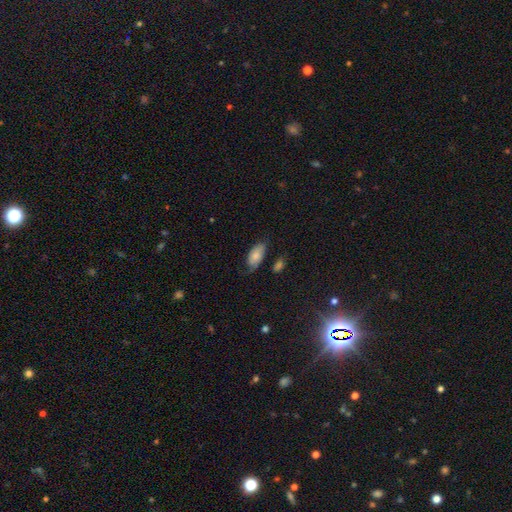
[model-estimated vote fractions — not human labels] Smooth or featured: smooth — 74% (featured or disk — 19%)
How rounded: in between — 92% (cigar-shaped — 5%)
Merging: none — 56% (minor disturbance — 31%)